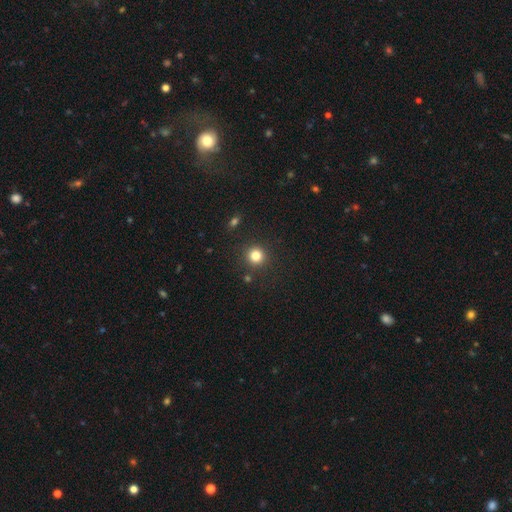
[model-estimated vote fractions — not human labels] Overall: smooth (82%). How rounded: round (93%). Merging: none (89%).